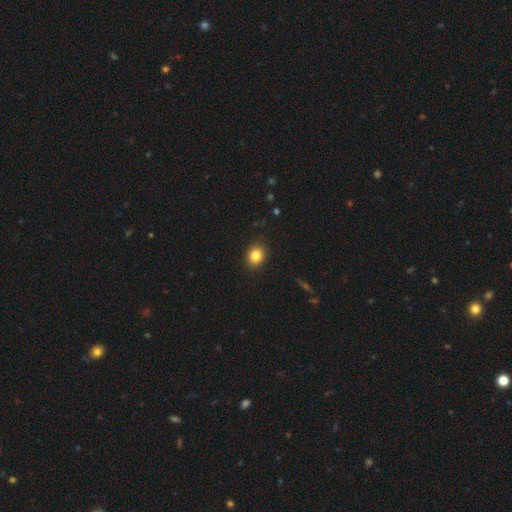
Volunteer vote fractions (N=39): This appears to be a smooth galaxy with no disk features (82%) that is in between round and cigar-shaped (53%). Merging: none (86%).